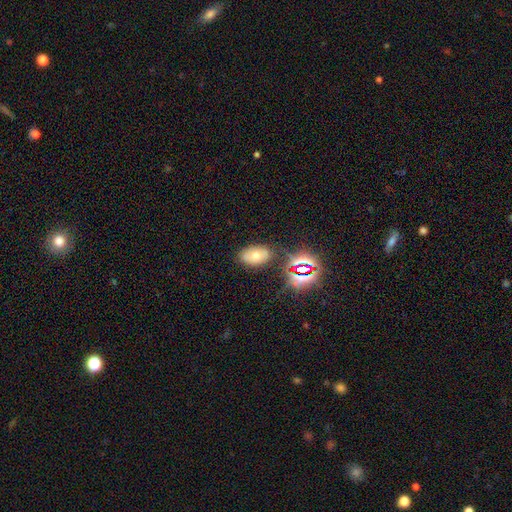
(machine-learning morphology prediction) Q: Smooth or featured?
A: smooth (43%); runner-up: star or artifact (34%)
Q: Merging?
A: none (77%); runner-up: minor disturbance (15%)